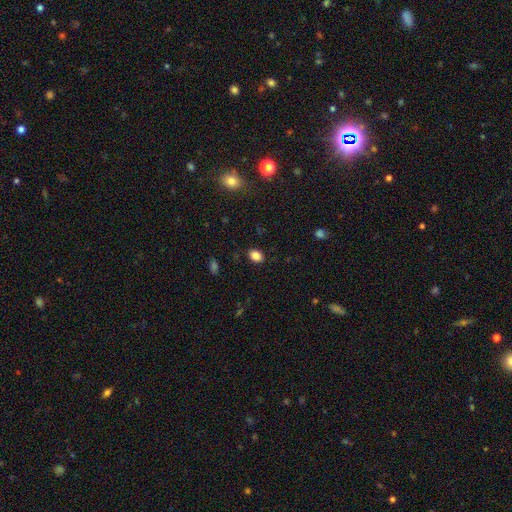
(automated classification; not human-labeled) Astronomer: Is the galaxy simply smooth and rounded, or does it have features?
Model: smooth — 85%.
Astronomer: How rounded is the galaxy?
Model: in between — 70%.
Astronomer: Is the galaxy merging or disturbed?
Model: none — 86%.